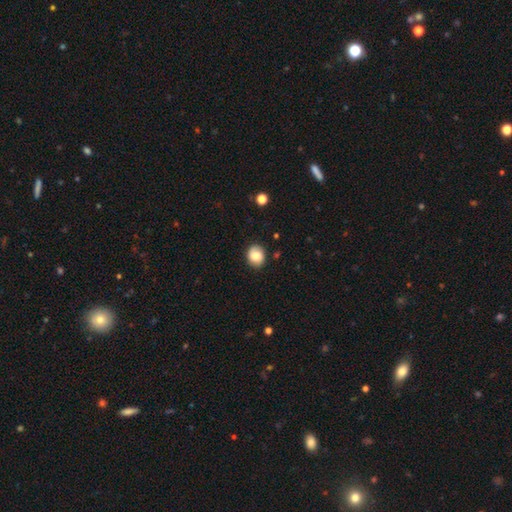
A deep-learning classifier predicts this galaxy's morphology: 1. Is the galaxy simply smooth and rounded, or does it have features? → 75% smooth, 17% featured or disk, 9% star or artifact.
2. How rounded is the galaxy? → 62% round, 37% in between, 1% cigar-shaped.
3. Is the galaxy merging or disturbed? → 84% none, 12% minor disturbance, 3% major disturbance, 1% merger.